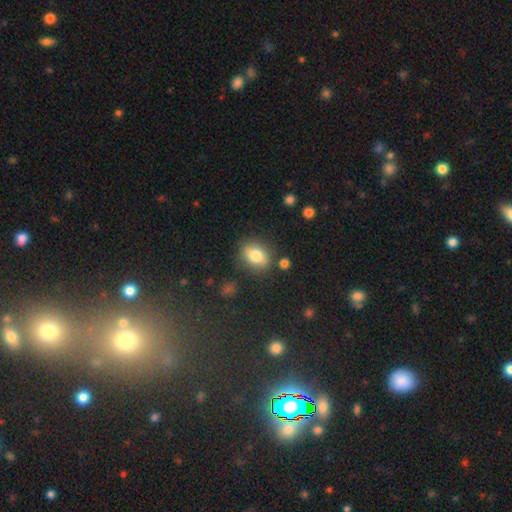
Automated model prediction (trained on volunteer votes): A smooth galaxy with no disk features (76%) that is in between round and cigar-shaped (66%).

Vote fractions:
- Smooth or featured? smooth: 76% / featured or disk: 15% / star or artifact: 9%
- How rounded? in between: 66% / round: 31% / cigar-shaped: 3%
- Merging? none: 79% / minor disturbance: 13% / merger: 4% / major disturbance: 4%